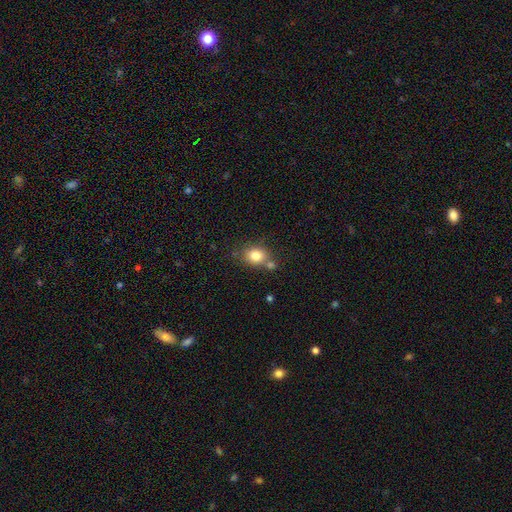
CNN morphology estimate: A smooth galaxy with no disk features (81%) that is round (58%).

Vote fractions:
- Smooth or featured? smooth: 81% / star or artifact: 10% / featured or disk: 9%
- How rounded? round: 58% / in between: 41% / cigar-shaped: 1%
- Merging? none: 63% / merger: 19% / minor disturbance: 14% / major disturbance: 4%